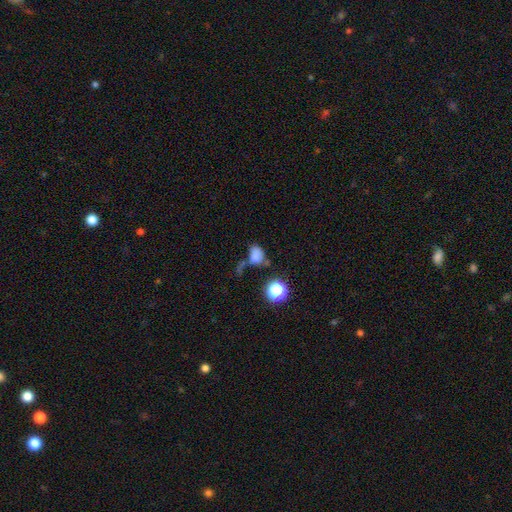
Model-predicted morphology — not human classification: Smooth or featured? Predicted: smooth (p=0.71). How rounded? Predicted: in between (p=0.66). Merging? Predicted: none (p=0.34).